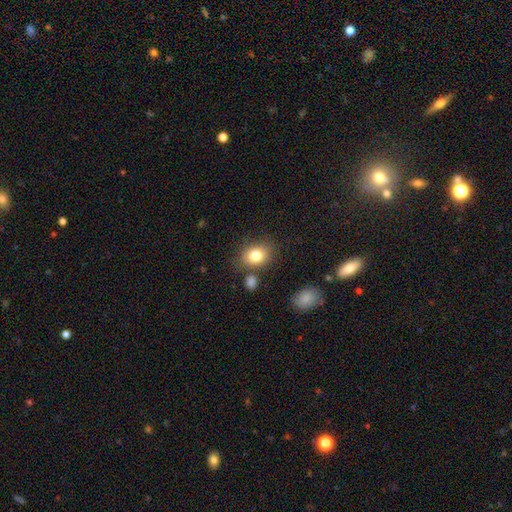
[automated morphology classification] Overall: smooth (81%). How rounded: in between (65%; round 34%). Merging: none (73%).